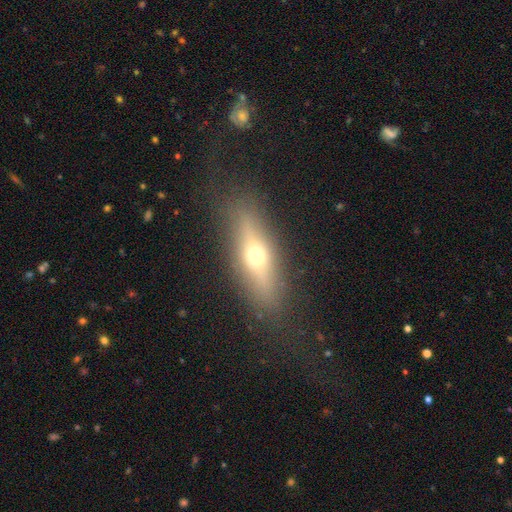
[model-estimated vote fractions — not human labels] Overall: featured or disk (46%; smooth 45%). Merging: none (85%).